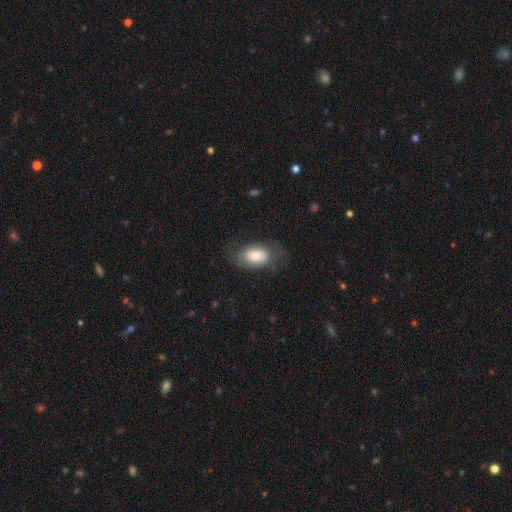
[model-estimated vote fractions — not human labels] This is likely a smooth galaxy (74%). How rounded: clearly in between (90%). Merging: likely none (61%).